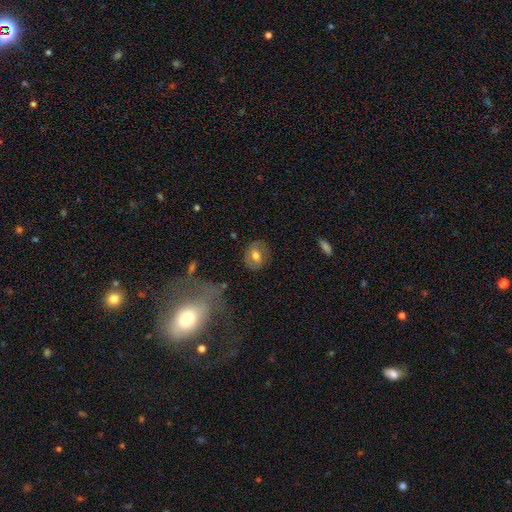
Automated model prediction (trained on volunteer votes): The model was most divided on "how rounded": round: 53%, in between: 46%, cigar-shaped: 2%. More confident: merging — none (81%); smooth or featured — smooth (57%).